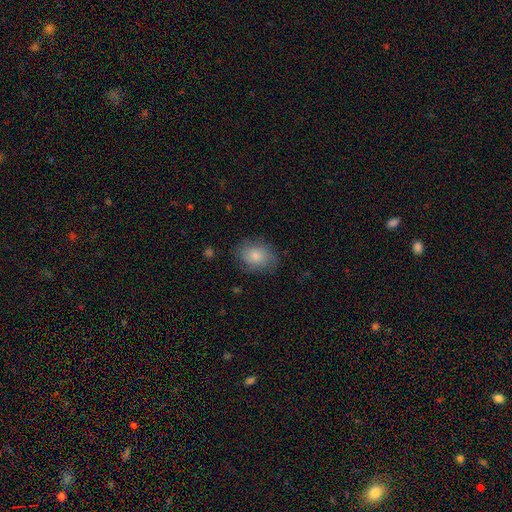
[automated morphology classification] Q: Smooth or featured?
A: smooth (76%); runner-up: featured or disk (16%)
Q: How rounded?
A: in between (55%); runner-up: round (44%)
Q: Merging?
A: none (75%); runner-up: minor disturbance (18%)